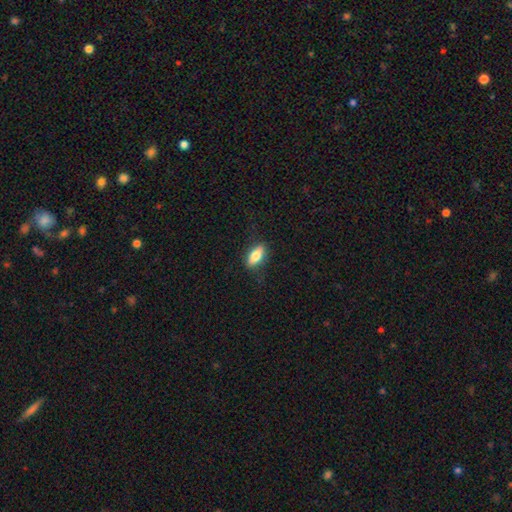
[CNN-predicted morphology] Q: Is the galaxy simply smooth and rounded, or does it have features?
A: smooth — 73%.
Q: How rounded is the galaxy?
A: in between — 76%.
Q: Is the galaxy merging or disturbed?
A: none — 82%.